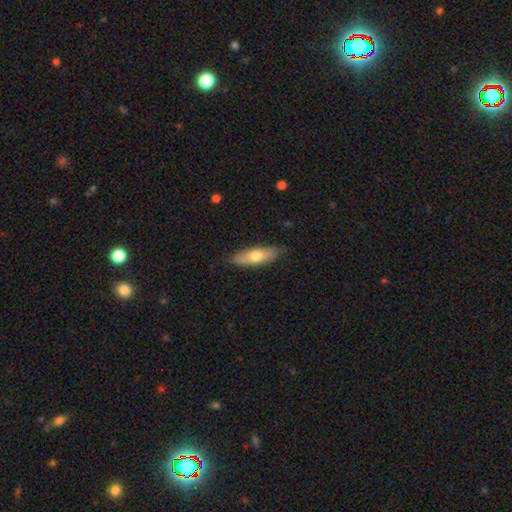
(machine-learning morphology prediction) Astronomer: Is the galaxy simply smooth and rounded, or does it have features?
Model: smooth — 62%.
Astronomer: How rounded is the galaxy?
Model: in between — 52% (runner-up: cigar-shaped, 45%).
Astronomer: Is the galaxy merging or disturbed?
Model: none — 84%.